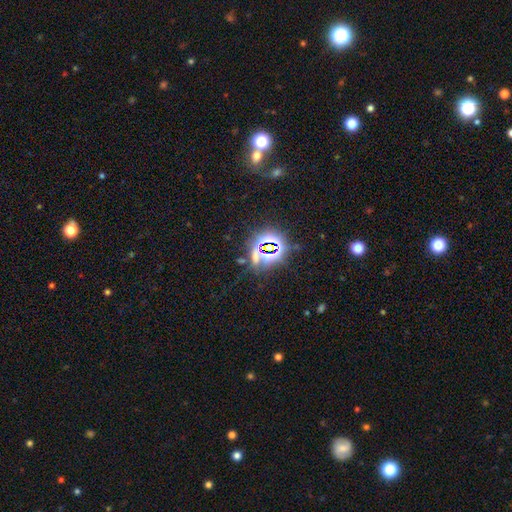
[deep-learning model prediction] This is likely a star or artifact rather than a galaxy (72%).